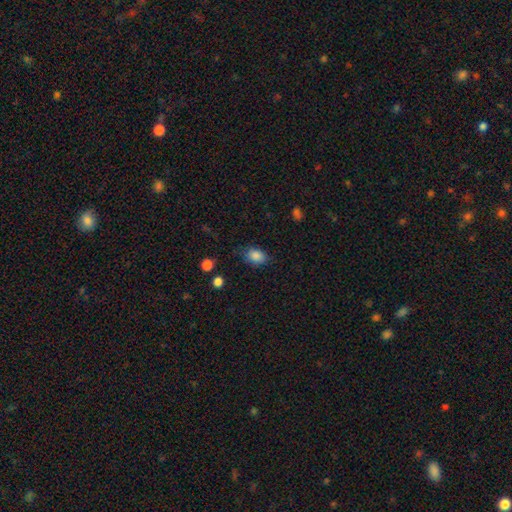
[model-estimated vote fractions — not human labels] This appears to be a smooth galaxy with no disk features (86%) that is in between round and cigar-shaped (75%). Merging: none (74%).